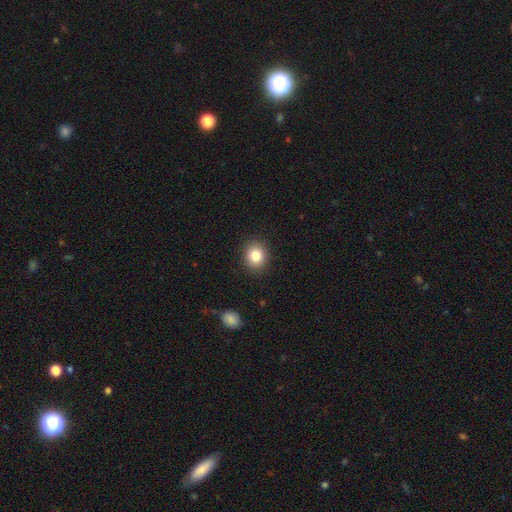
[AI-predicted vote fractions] smooth-or-featured: smooth: 83% | star or artifact: 10% | featured or disk: 7%
  how-rounded: round: 72% | in between: 27% | cigar-shaped: 1%
  merging: none: 90% | minor disturbance: 7% | major disturbance: 2% | merger: 1%